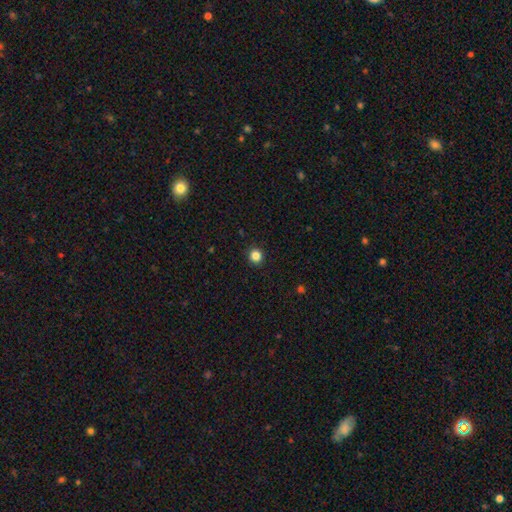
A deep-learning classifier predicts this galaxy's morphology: Smooth or featured? Predicted: smooth (p=0.84). How rounded? Predicted: round (p=0.93). Merging? Predicted: none (p=0.93).